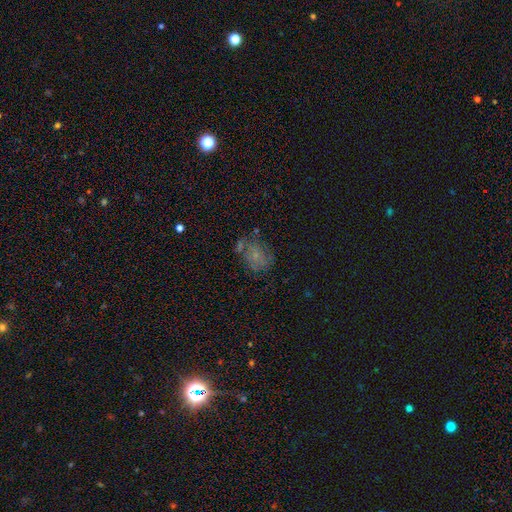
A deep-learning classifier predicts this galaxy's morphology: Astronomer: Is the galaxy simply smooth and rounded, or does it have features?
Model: smooth — 43% (runner-up: featured or disk, 38%).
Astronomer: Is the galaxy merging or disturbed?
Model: none — 52%.